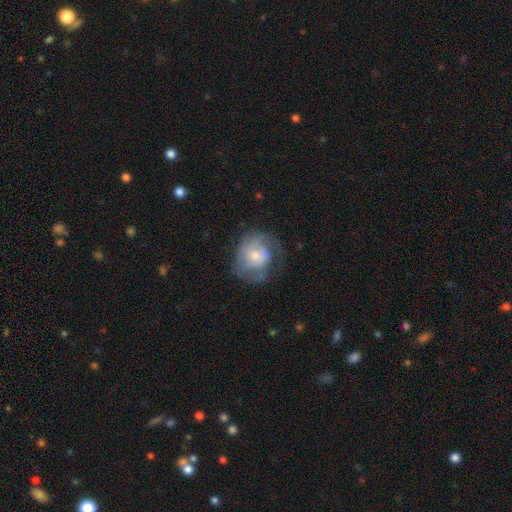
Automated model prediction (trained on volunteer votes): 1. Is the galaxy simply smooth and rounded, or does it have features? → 59% featured or disk, 34% smooth, 7% star or artifact.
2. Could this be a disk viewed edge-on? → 97% no, 3% yes.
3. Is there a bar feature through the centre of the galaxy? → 71% no, 25% weak, 3% strong.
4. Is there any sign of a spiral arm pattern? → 75% yes, 25% no.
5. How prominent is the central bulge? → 46% moderate, 44% small, 5% large, 3% none, 1% dominant.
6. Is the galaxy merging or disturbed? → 48% none, 26% major disturbance, 24% minor disturbance, 2% merger.